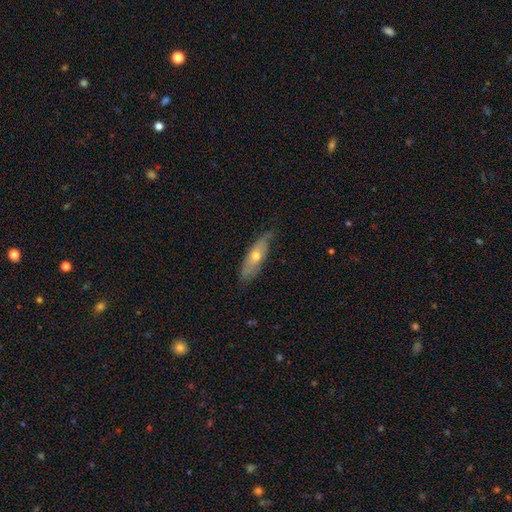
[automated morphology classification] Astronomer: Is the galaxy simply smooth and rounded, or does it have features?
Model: featured or disk — 48% (runner-up: smooth, 46%).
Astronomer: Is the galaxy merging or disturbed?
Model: none — 66%.